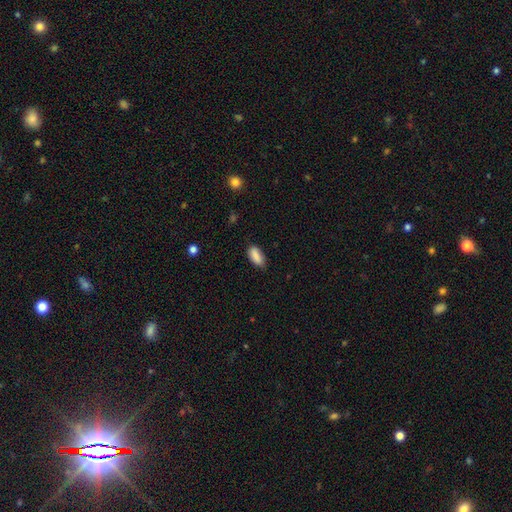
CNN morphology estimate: smooth-or-featured: smooth: 87% | star or artifact: 7% | featured or disk: 6%
  how-rounded: in between: 86% | cigar-shaped: 11% | round: 2%
  merging: none: 75% | minor disturbance: 20% | major disturbance: 3% | merger: 2%